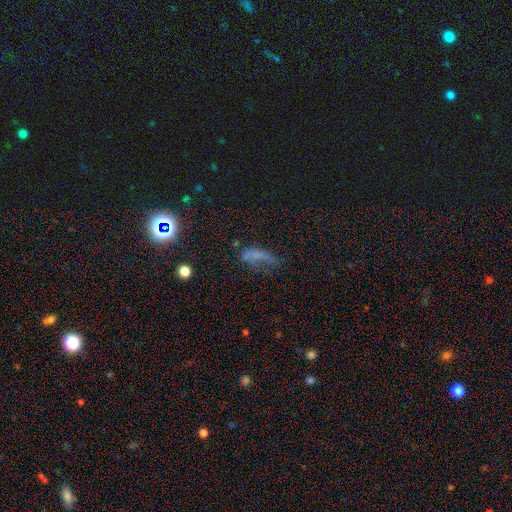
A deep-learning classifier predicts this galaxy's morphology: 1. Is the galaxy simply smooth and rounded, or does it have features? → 44% smooth, 29% featured or disk, 27% star or artifact.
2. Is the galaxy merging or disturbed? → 36% major disturbance, 32% none, 23% minor disturbance, 8% merger.